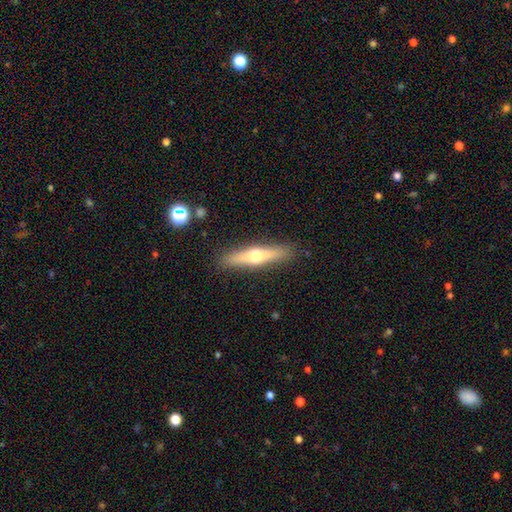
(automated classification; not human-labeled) Morphology: type=featured or disk (55%); edge-on=yes (94%); edge-on bulge=rounded (92%); merging=none (89%).